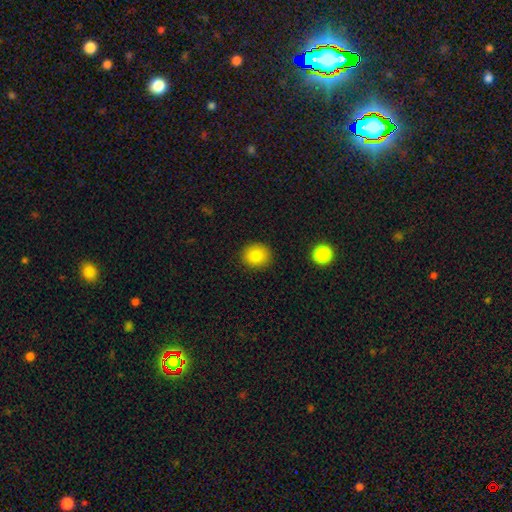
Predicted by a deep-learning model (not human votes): smooth-or-featured: smooth: 82% | star or artifact: 10% | featured or disk: 8%
  how-rounded: round: 80% | in between: 19% | cigar-shaped: 1%
  merging: none: 90% | minor disturbance: 7% | major disturbance: 2% | merger: 1%